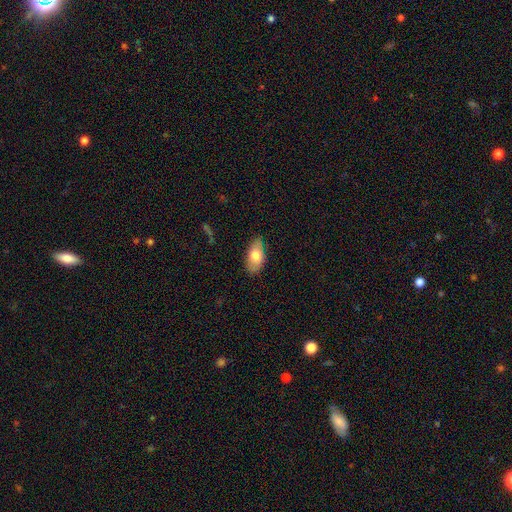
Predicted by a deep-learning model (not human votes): This is likely a smooth galaxy (76%). How rounded: clearly in between (92%). Merging: likely none (80%).